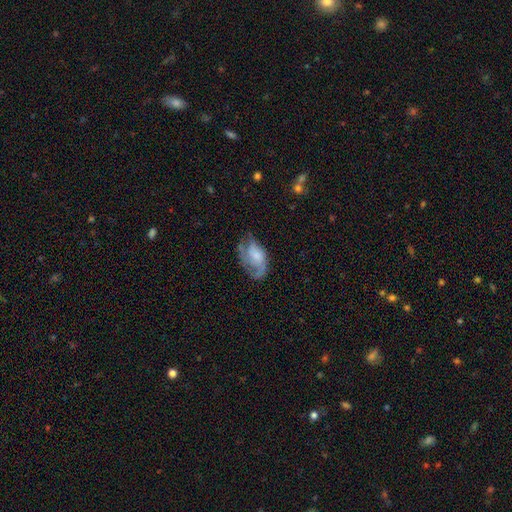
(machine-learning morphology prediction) Smooth or featured?
  - featured or disk: 62% *
  - smooth: 31%
  - star or artifact: 7%
Edge-on disk?
  - no: 96% *
  - yes: 4%
Bar?
  - no: 70% *
  - weak: 26%
  - strong: 4%
Spiral arms?
  - yes: 82% *
  - no: 18%
Bulge size?
  - moderate: 34% *
  - small: 33%
  - none: 18%
  - large: 13%
  - dominant: 2%
Merging?
  - none: 49% *
  - minor disturbance: 27%
  - major disturbance: 22%
  - merger: 2%